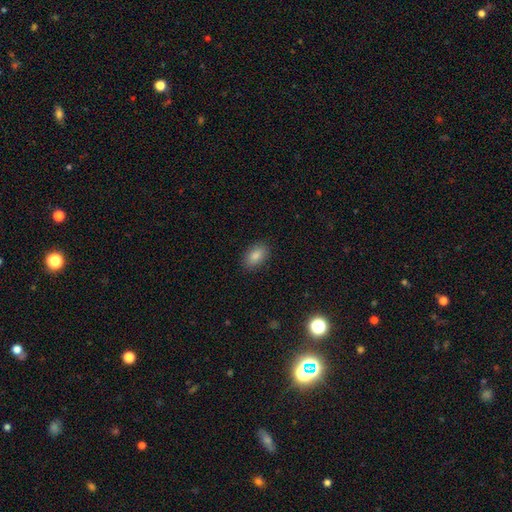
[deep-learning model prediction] This appears to be a smooth galaxy with no disk features (86%) that is in between round and cigar-shaped (91%). Merging: none (88%).